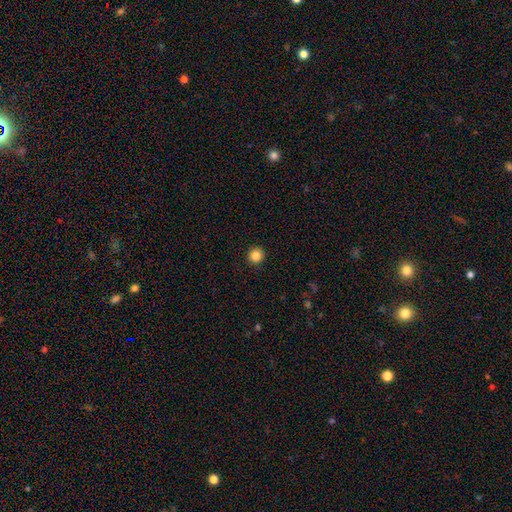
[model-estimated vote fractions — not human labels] A smooth galaxy with no disk features (85%) that is round (94%).

Vote fractions:
- Smooth or featured? smooth: 85% / star or artifact: 11% / featured or disk: 4%
- How rounded? round: 94% / in between: 5% / cigar-shaped: 1%
- Merging? none: 93% / minor disturbance: 4% / major disturbance: 1% / merger: 1%